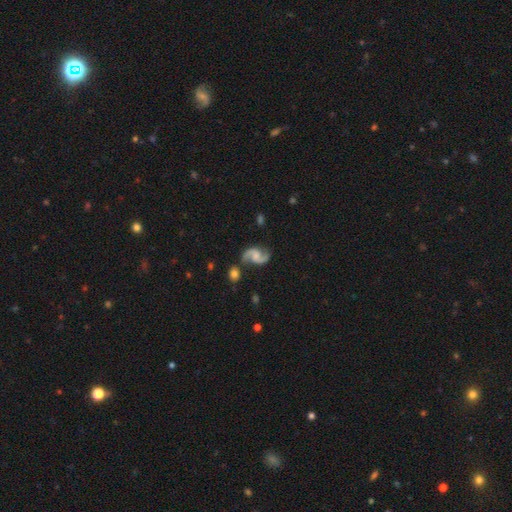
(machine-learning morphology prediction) featured or disk 89%, smooth 6%, star or artifact 5%. Down the decision tree: edge-on disk — no (98%); bar — no (50%); spiral arms — yes (97%); spiral arm count — 2 (94%); spiral winding — loose (57%); bulge size — none (40%); merging — none (72%).